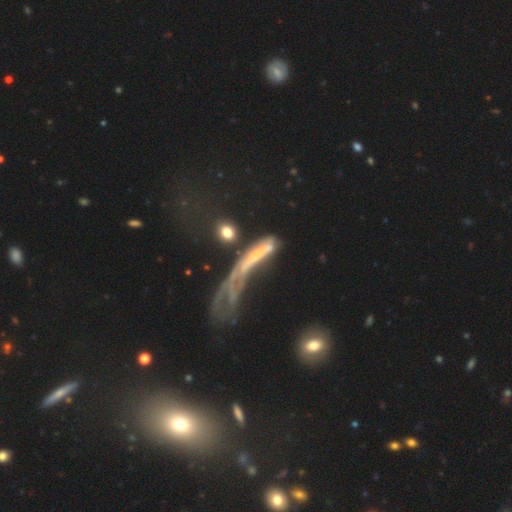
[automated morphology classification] Smooth or featured? featured or disk (47%)
Merging? major disturbance (44%)